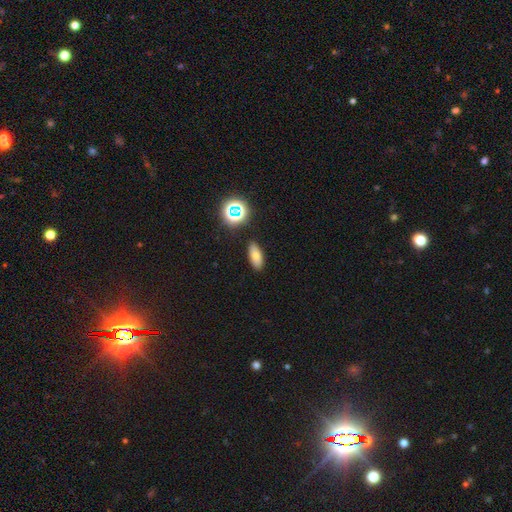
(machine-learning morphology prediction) This appears to be a smooth galaxy with no disk features (73%) that is in between round and cigar-shaped (80%). Merging: none (88%).